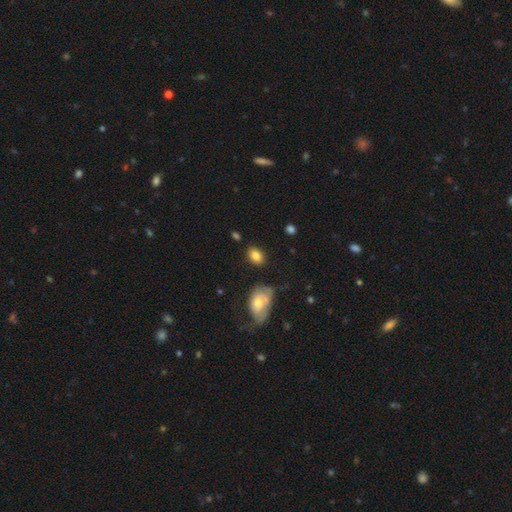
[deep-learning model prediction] Smooth or featured: smooth — 83% (featured or disk — 9%)
How rounded: in between — 85% (round — 13%)
Merging: none — 78% (minor disturbance — 14%)